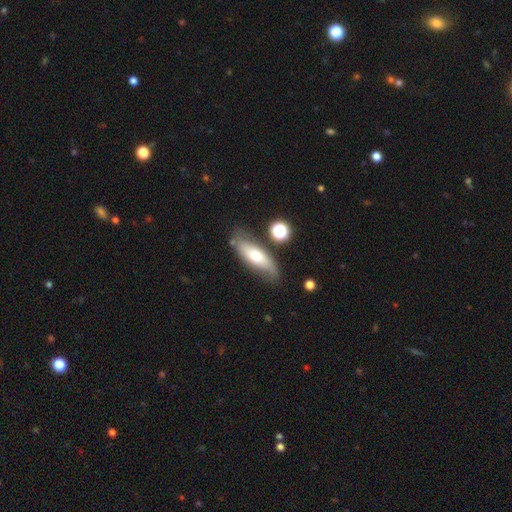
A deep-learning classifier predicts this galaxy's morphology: The model was most divided on "smooth or featured": smooth: 55%, featured or disk: 37%, star or artifact: 7%. More confident: merging — none (67%); how rounded — in between (59%).